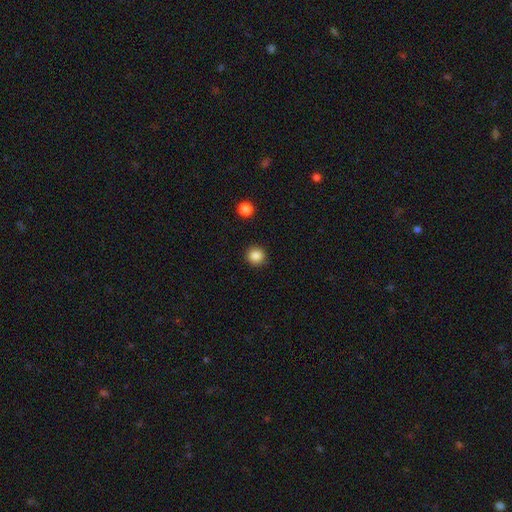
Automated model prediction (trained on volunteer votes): Q: Smooth or featured?
A: smooth (86%); runner-up: star or artifact (10%)
Q: How rounded?
A: round (92%); runner-up: in between (7%)
Q: Merging?
A: none (92%); runner-up: minor disturbance (5%)